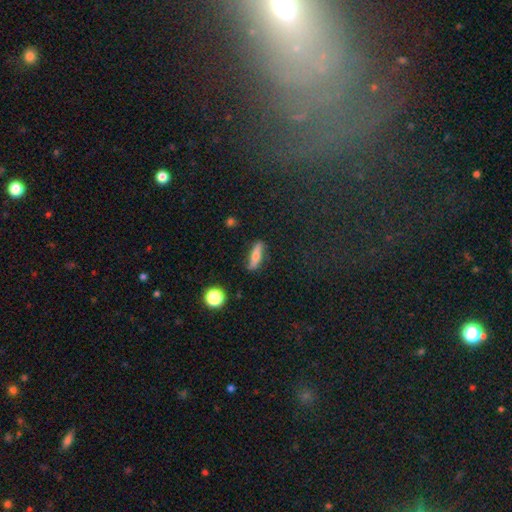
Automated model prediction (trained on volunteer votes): This appears to be a smooth galaxy with no disk features (49%). Merging: none (80%).